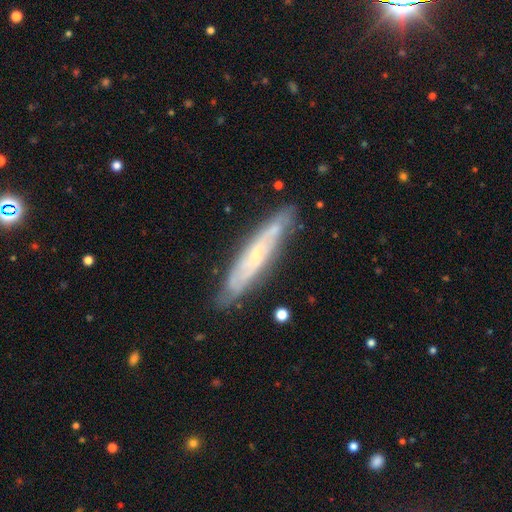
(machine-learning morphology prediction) Smooth or featured? Predicted: featured or disk (p=0.66). Edge-on disk? Predicted: yes (p=0.58). Merging? Predicted: none (p=0.79).